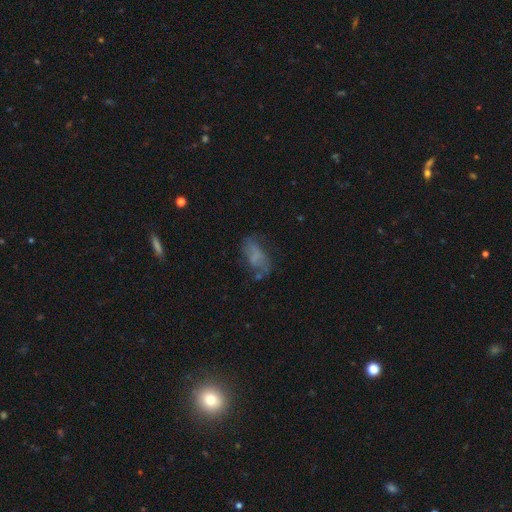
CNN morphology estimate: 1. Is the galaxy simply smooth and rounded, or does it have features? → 50% smooth, 37% featured or disk, 13% star or artifact.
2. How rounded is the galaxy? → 88% in between, 6% round, 6% cigar-shaped.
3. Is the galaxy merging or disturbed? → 47% none, 25% minor disturbance, 22% major disturbance, 5% merger.